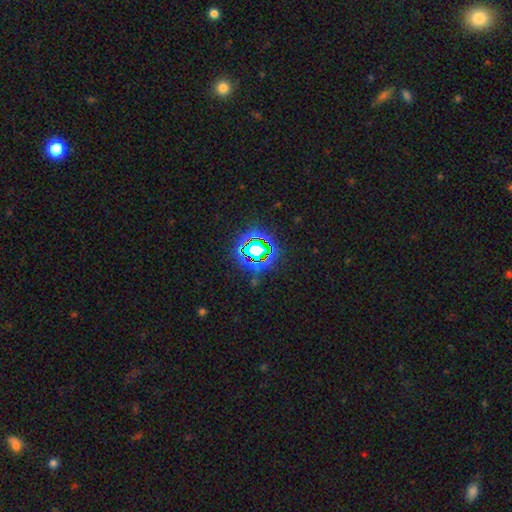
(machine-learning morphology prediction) This is likely a star or artifact rather than a galaxy (77%).